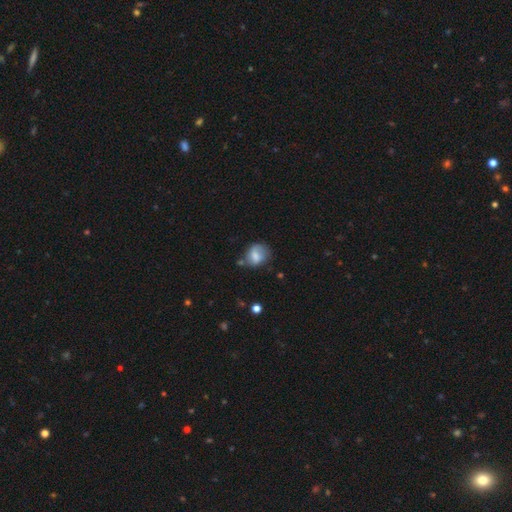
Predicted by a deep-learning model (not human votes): Overall: smooth (64%; featured or disk 27%). How rounded: round (54%; in between 45%). Merging: none (48%; minor disturbance 31%).